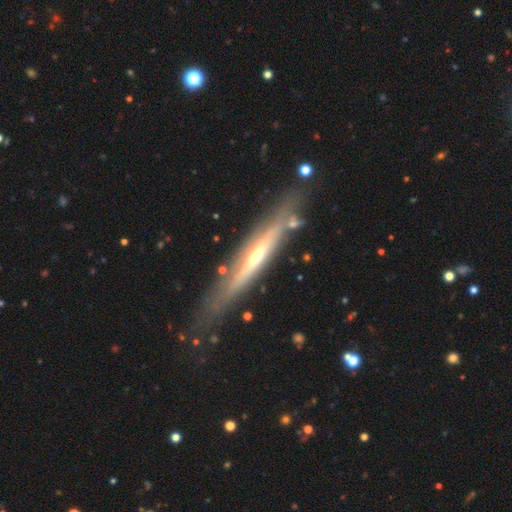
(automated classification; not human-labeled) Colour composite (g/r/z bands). It shows a featured or disk galaxy (74%) viewed edge-on (86%) with a rounded central bulge (74%). Merging: none (76%).